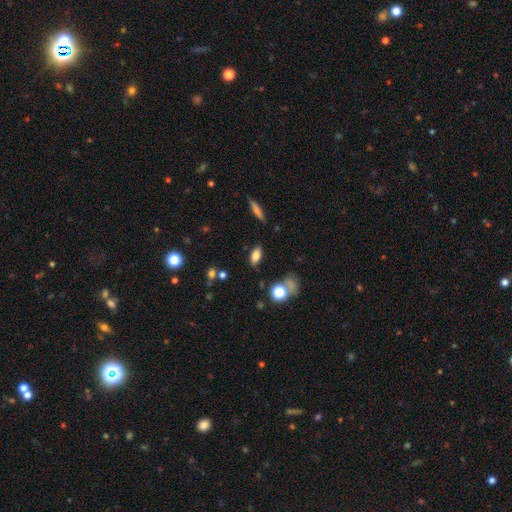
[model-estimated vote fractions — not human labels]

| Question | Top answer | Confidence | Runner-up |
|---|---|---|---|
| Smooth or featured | smooth | 78% | featured or disk (11%) |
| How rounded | in between | 84% | cigar-shaped (11%) |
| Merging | none | 81% | minor disturbance (12%) |